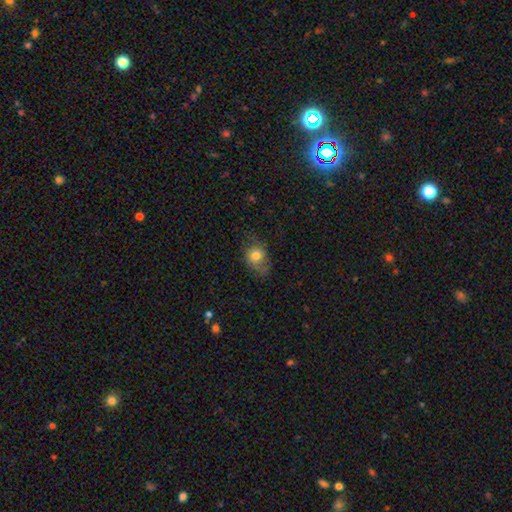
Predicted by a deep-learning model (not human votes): A smooth galaxy with no disk features (67%) that is in between round and cigar-shaped (52%). Merging: none (55%).